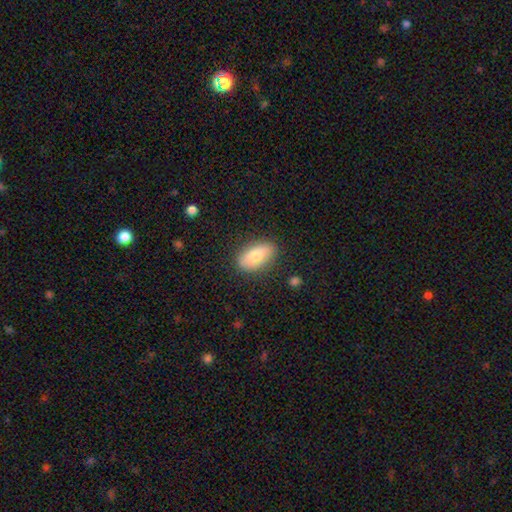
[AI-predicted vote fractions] The model was most divided on "smooth or featured": smooth: 75%, featured or disk: 18%, star or artifact: 7%. More confident: how rounded — in between (90%); merging — none (84%).